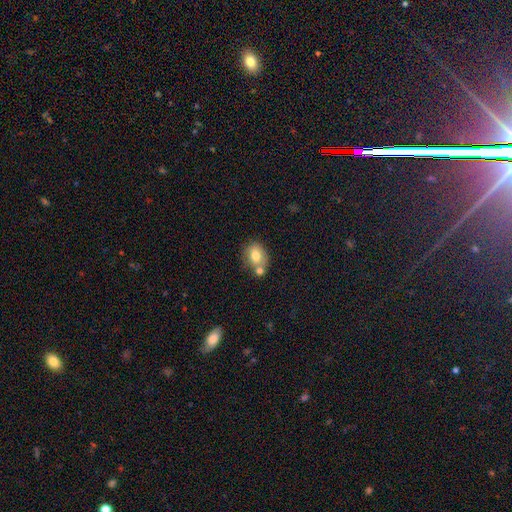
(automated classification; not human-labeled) Smooth or featured?
  - smooth: 75% *
  - featured or disk: 16%
  - star or artifact: 9%
How rounded?
  - round: 56% *
  - in between: 43%
  - cigar-shaped: 1%
Merging?
  - none: 52% *
  - merger: 29%
  - minor disturbance: 14%
  - major disturbance: 4%